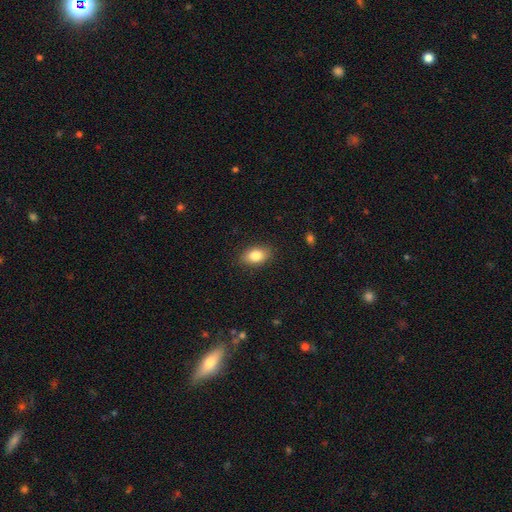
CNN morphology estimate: Smooth or featured: smooth — 83% (featured or disk — 9%)
How rounded: in between — 87% (round — 11%)
Merging: none — 87% (minor disturbance — 9%)